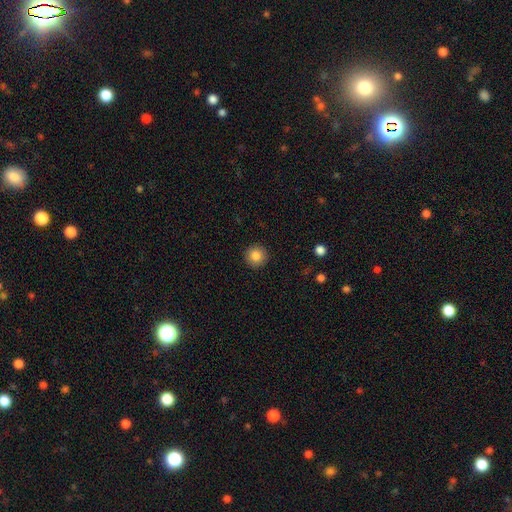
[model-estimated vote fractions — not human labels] smooth-or-featured: smooth: 85% | star or artifact: 9% | featured or disk: 6%
  how-rounded: round: 95% | in between: 4% | cigar-shaped: 1%
  merging: none: 93% | minor disturbance: 5% | major disturbance: 2% | merger: 1%